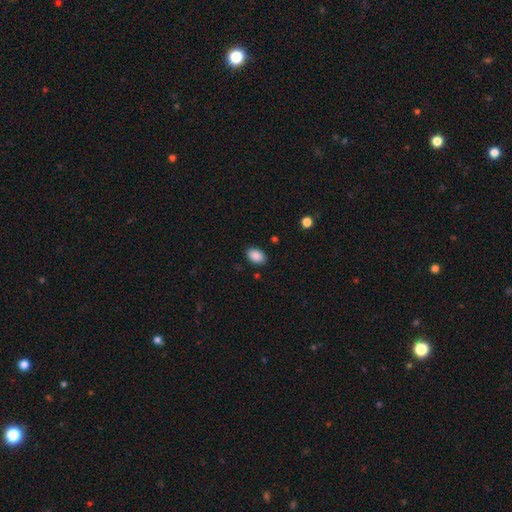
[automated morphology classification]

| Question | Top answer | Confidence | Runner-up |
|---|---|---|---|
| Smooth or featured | smooth | 89% | star or artifact (8%) |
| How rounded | in between | 87% | round (12%) |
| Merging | none | 87% | minor disturbance (9%) |